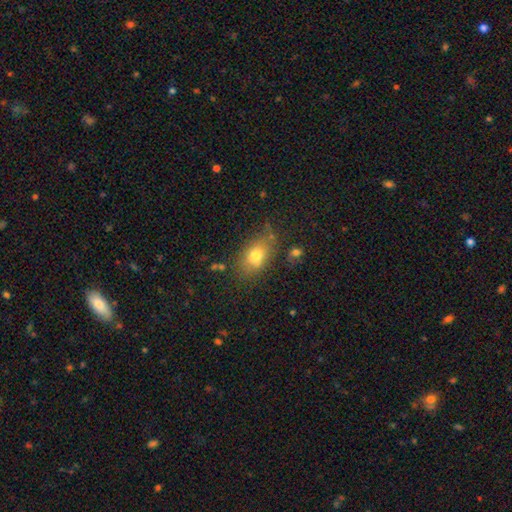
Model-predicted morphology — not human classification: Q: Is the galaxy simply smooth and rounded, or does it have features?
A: smooth — 75%.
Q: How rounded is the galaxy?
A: in between — 81%.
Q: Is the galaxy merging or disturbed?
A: none — 69%.